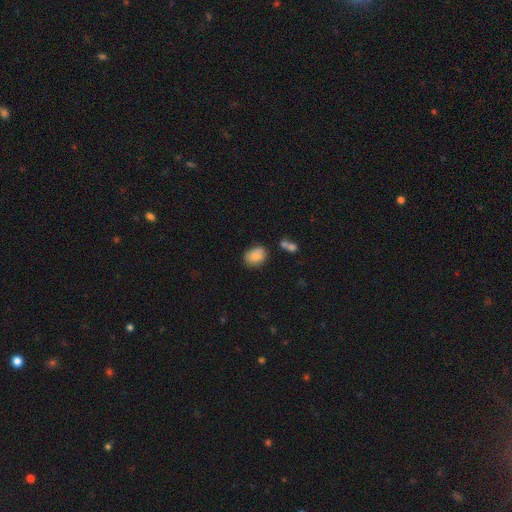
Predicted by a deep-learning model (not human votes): Smooth or featured: smooth — 86% (star or artifact — 8%)
How rounded: in between — 65% (round — 34%)
Merging: none — 73% (minor disturbance — 17%)